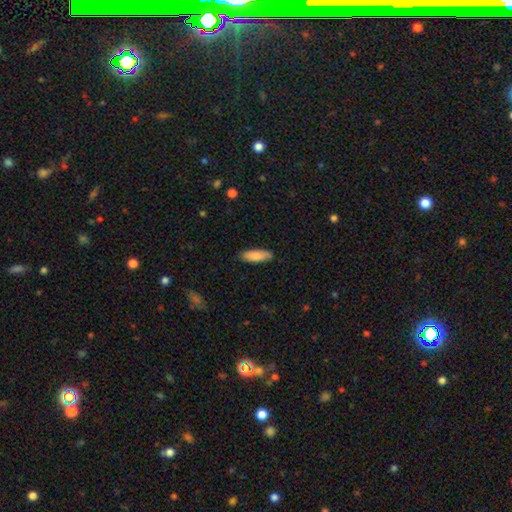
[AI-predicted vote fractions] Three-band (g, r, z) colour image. It shows a smooth galaxy with no disk features (84%) that is in between round and cigar-shaped (56%). Merging: none (86%).